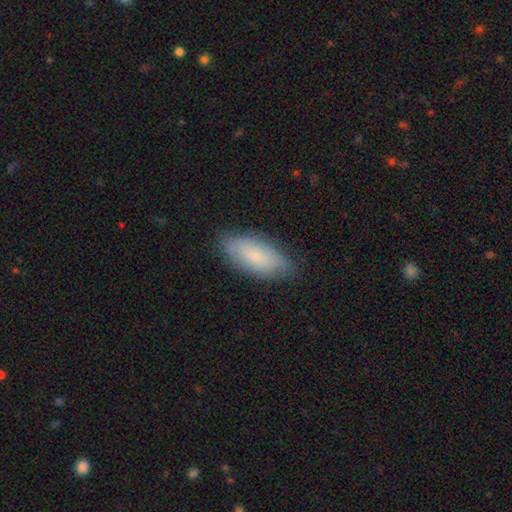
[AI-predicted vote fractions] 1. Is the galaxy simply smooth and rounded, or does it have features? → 76% smooth, 18% featured or disk, 7% star or artifact.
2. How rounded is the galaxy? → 85% in between, 13% cigar-shaped, 2% round.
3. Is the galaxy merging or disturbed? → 79% none, 17% minor disturbance, 3% major disturbance, 1% merger.